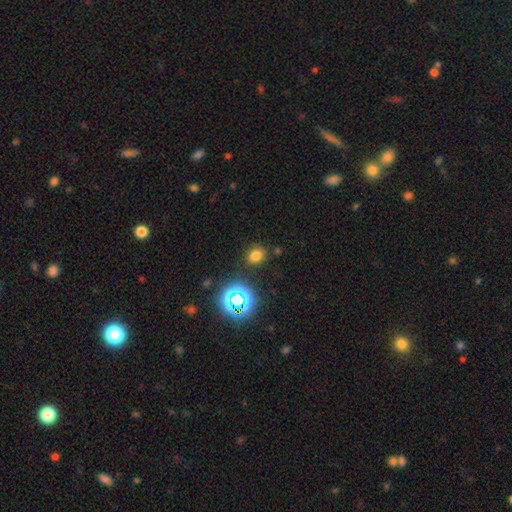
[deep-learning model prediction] A smooth galaxy with no disk features (70%) that is round (59%). Merging: none (83%).